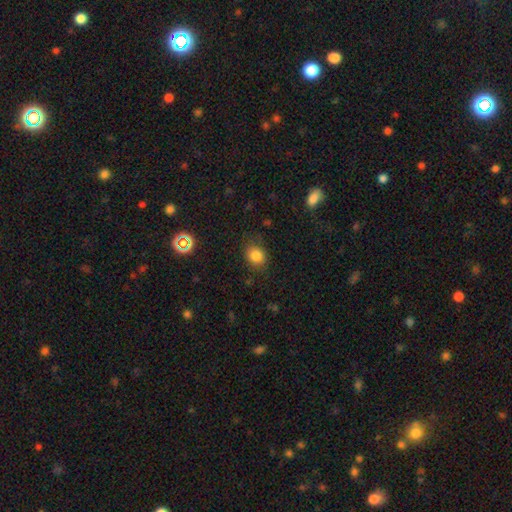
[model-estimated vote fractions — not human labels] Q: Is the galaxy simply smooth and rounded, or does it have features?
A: smooth — 83%.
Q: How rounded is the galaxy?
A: round — 63%.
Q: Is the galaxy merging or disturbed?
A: none — 80%.